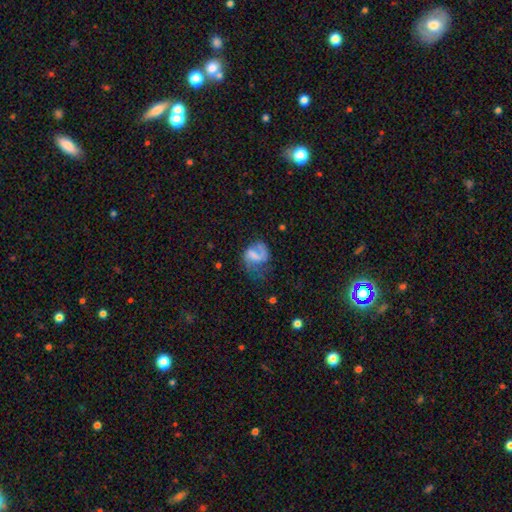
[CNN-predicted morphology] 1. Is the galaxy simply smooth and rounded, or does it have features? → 57% featured or disk, 34% smooth, 9% star or artifact.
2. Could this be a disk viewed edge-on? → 98% no, 2% yes.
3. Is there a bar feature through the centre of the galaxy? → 41% weak, 37% no, 22% strong.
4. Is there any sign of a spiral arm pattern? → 71% yes, 29% no.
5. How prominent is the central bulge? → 51% none, 20% small, 18% moderate, 9% large, 2% dominant.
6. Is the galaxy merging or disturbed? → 39% major disturbance, 33% none, 24% minor disturbance, 4% merger.